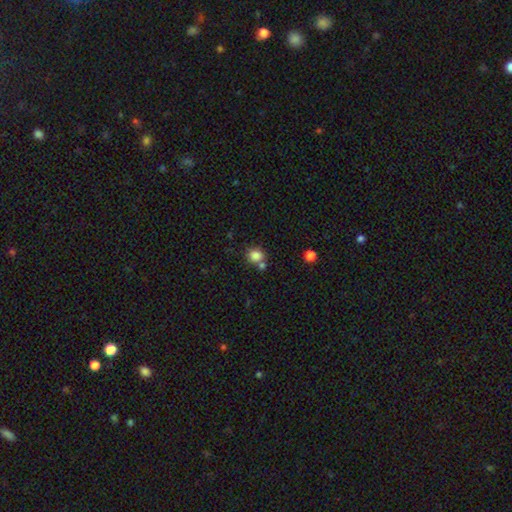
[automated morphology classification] Smooth or featured? smooth (83%)
How rounded? round (80%)
Merging? none (63%)